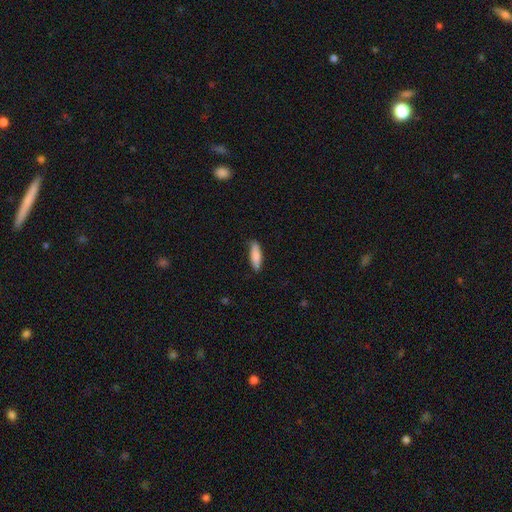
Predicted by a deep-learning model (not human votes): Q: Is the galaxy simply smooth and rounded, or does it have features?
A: smooth — 85%.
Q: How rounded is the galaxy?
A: cigar-shaped — 62%.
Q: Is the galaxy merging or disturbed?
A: none — 85%.